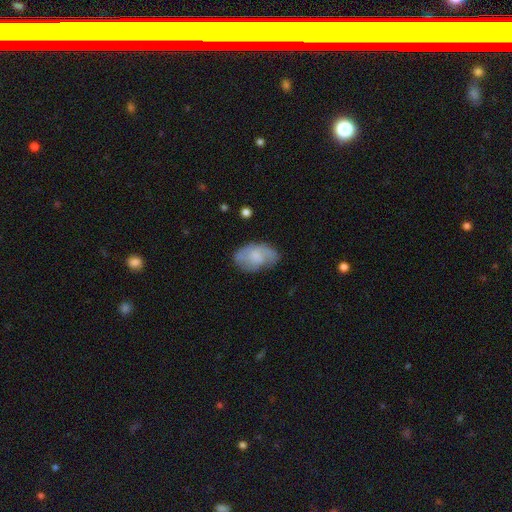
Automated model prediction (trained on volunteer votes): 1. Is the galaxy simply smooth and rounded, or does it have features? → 49% smooth, 44% featured or disk, 7% star or artifact.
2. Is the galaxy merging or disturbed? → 65% none, 24% minor disturbance, 9% major disturbance, 2% merger.